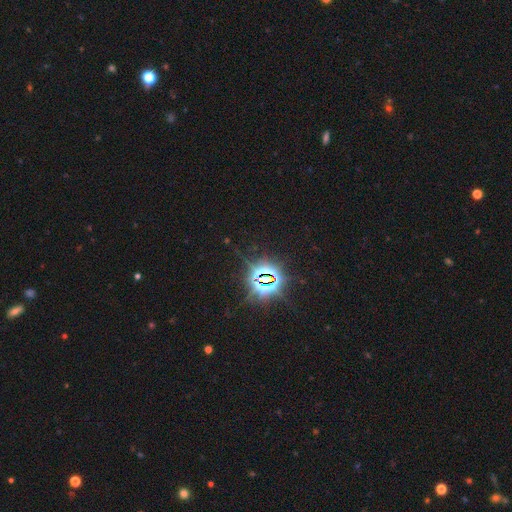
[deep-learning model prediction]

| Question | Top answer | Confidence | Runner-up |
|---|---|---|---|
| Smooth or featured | star or artifact | 84% | smooth (10%) |